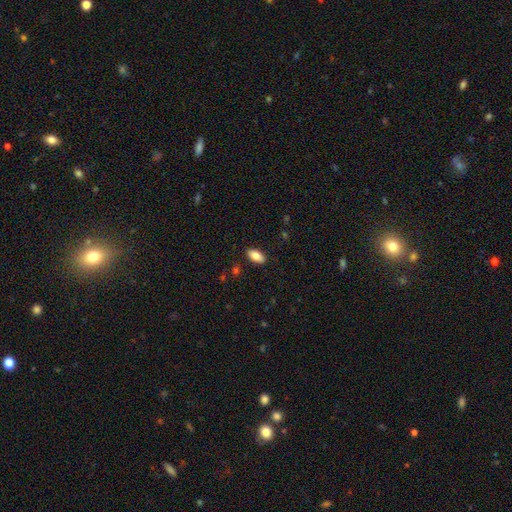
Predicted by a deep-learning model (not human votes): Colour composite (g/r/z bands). It shows a smooth galaxy with no disk features (83%) that is in between round and cigar-shaped (91%). Merging: none (88%).